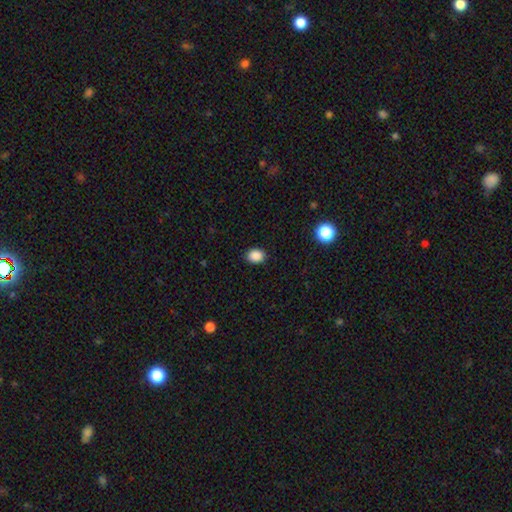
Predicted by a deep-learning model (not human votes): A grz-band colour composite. It shows a smooth galaxy with no disk features (88%) that is in between round and cigar-shaped (55%). Merging: none (88%).